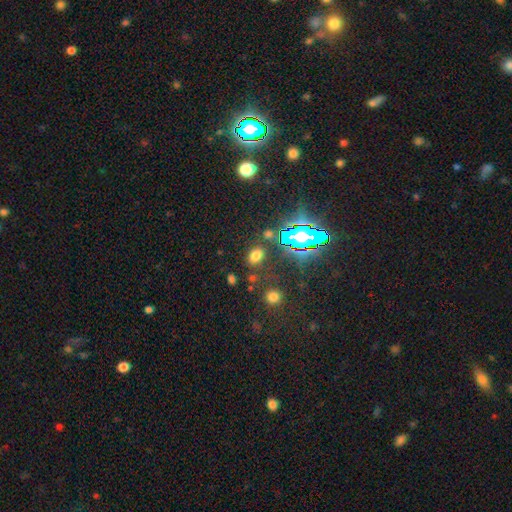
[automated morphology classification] This is likely a smooth galaxy (65%). How rounded: likely in between (79%). Merging: clearly none (81%).